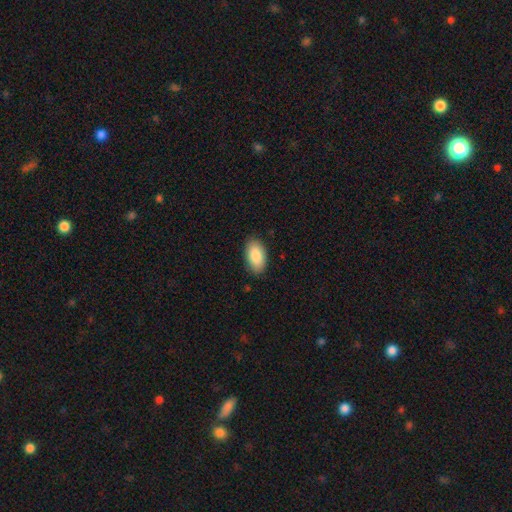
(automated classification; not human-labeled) Smooth or featured?
  - smooth: 87% *
  - featured or disk: 7%
  - star or artifact: 6%
How rounded?
  - in between: 95% *
  - round: 3%
  - cigar-shaped: 2%
Merging?
  - none: 87% *
  - minor disturbance: 10%
  - major disturbance: 2%
  - merger: 1%